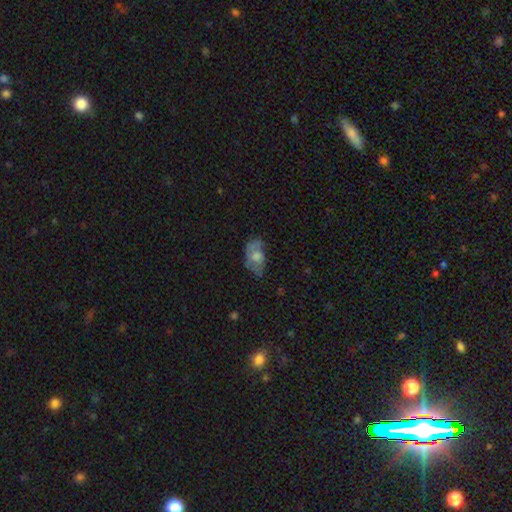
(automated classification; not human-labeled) Smooth or featured?
  - smooth: 50% *
  - featured or disk: 41%
  - star or artifact: 9%
How rounded?
  - in between: 89% *
  - round: 9%
  - cigar-shaped: 2%
Merging?
  - none: 44% *
  - minor disturbance: 31%
  - major disturbance: 23%
  - merger: 3%